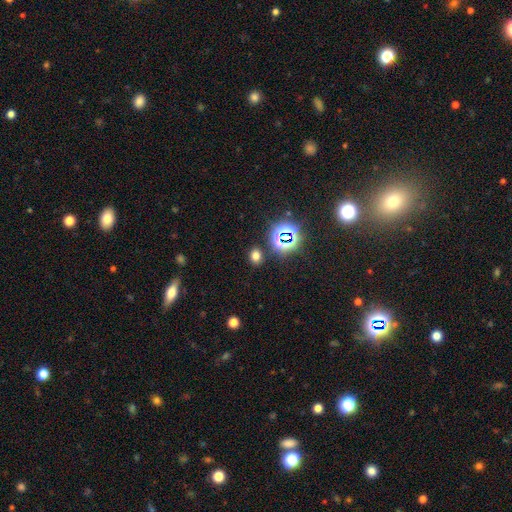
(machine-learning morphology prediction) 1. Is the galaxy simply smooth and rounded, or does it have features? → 65% smooth, 28% star or artifact, 7% featured or disk.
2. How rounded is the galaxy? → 52% in between, 47% round, 1% cigar-shaped.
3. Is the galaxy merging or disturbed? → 85% none, 8% minor disturbance, 3% merger, 3% major disturbance.